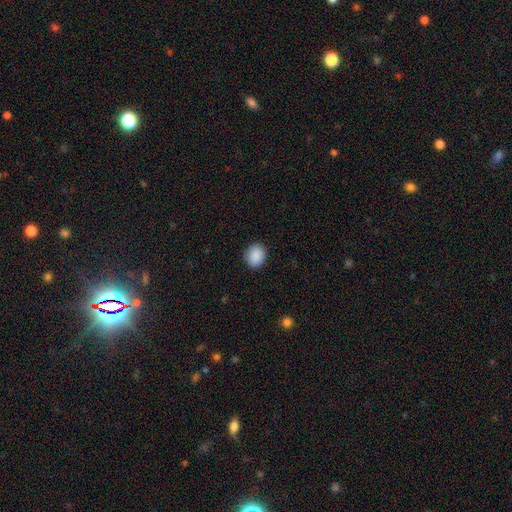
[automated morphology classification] This is clearly a smooth galaxy (90%). How rounded: possibly round (60%). Merging: clearly none (89%).